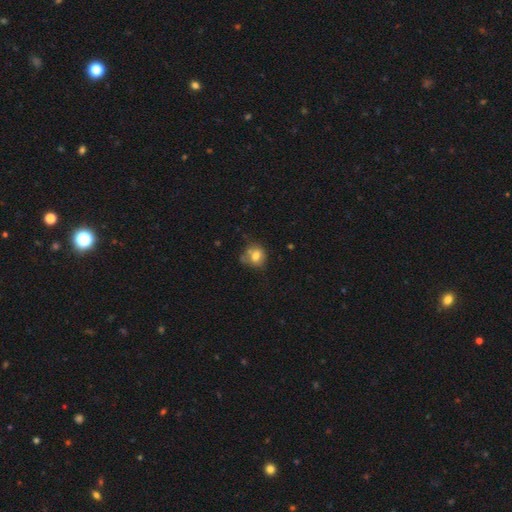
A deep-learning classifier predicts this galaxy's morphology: smooth-or-featured: smooth: 74% | featured or disk: 15% | star or artifact: 11%
  how-rounded: round: 71% | in between: 28% | cigar-shaped: 1%
  merging: none: 52% | minor disturbance: 24% | merger: 16% | major disturbance: 8%